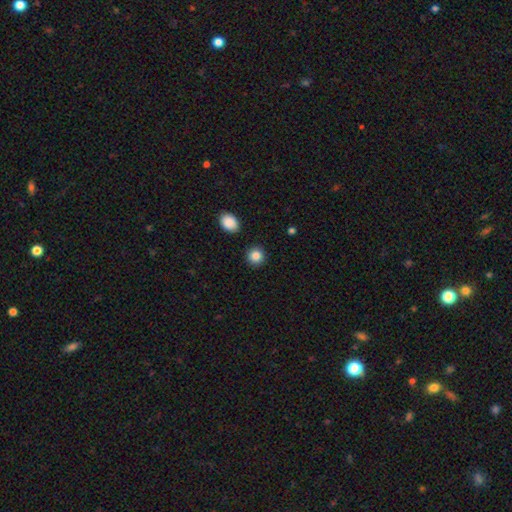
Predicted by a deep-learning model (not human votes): Smooth or featured? smooth (86%)
How rounded? round (89%)
Merging? none (90%)